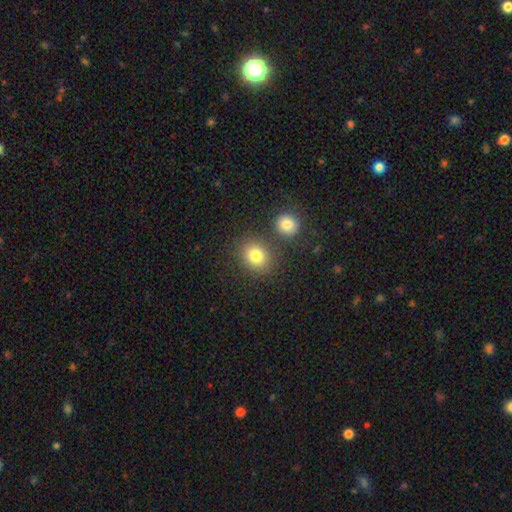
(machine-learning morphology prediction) Smooth or featured?
  - smooth: 81% *
  - star or artifact: 12%
  - featured or disk: 7%
How rounded?
  - round: 68% *
  - in between: 31%
  - cigar-shaped: 1%
Merging?
  - none: 75% *
  - merger: 13%
  - minor disturbance: 9%
  - major disturbance: 3%